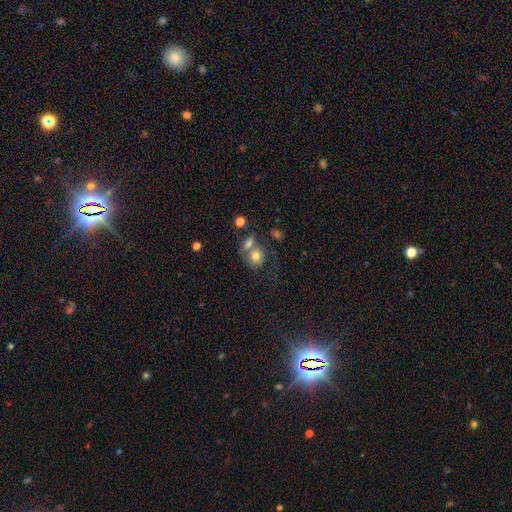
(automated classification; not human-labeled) Smooth or featured? Predicted: smooth (p=0.72). How rounded? Predicted: round (p=0.67). Merging? Predicted: merger (p=0.46).